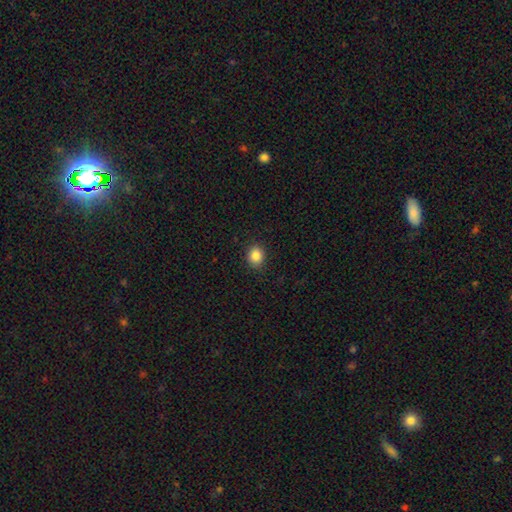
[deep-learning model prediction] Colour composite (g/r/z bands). It shows a smooth galaxy with no disk features (86%) that is round (67%). Merging: none (89%).